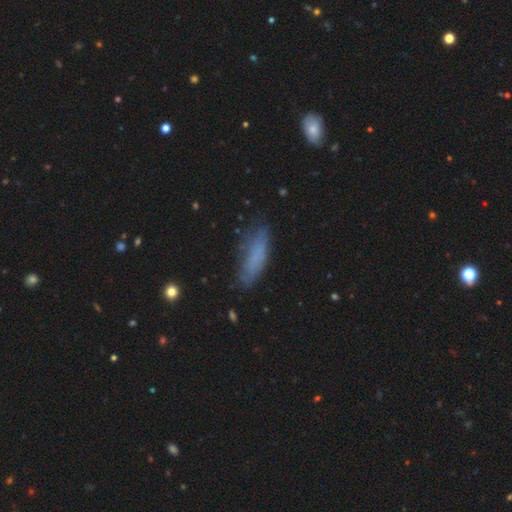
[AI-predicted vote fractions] Morphology: type=smooth (72%); roundness=cigar-shaped (56%); merging=none (70%).